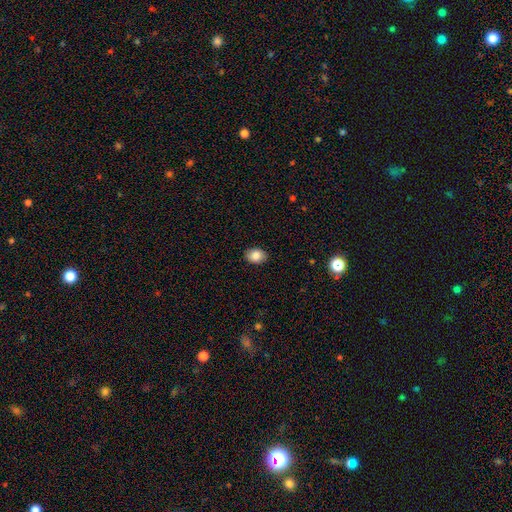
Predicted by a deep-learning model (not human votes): This appears to be a smooth galaxy with no disk features (86%) that is in between round and cigar-shaped (69%). Merging: none (89%).